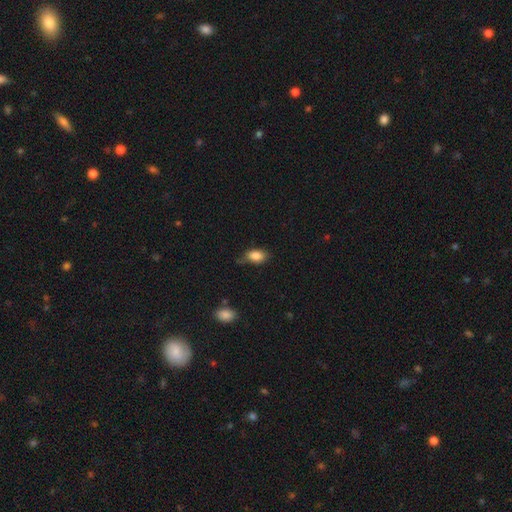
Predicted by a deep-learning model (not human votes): This is clearly a smooth galaxy (85%). How rounded: clearly in between (89%). Merging: likely none (62%).